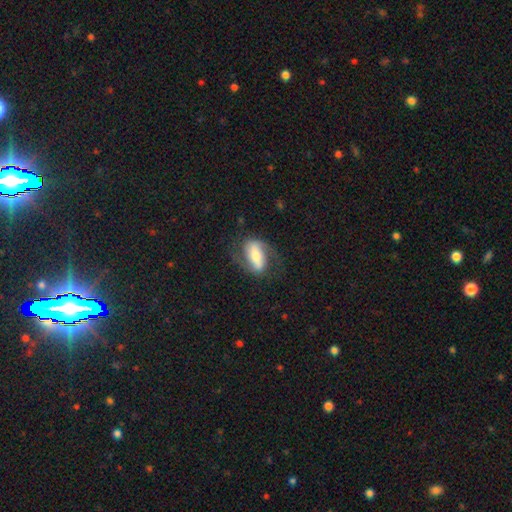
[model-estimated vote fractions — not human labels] Q: Smooth or featured?
A: featured or disk (65%); runner-up: smooth (29%)
Q: Edge-on disk?
A: no (92%); runner-up: yes (8%)
Q: Bar?
A: strong (57%); runner-up: weak (23%)
Q: Spiral arms?
A: yes (85%); runner-up: no (15%)
Q: Spiral winding?
A: medium (43%); runner-up: loose (38%)
Q: Spiral arm count?
A: 2 (88%); runner-up: can't tell (5%)
Q: Bulge size?
A: moderate (44%); runner-up: small (32%)
Q: Merging?
A: none (67%); runner-up: minor disturbance (18%)